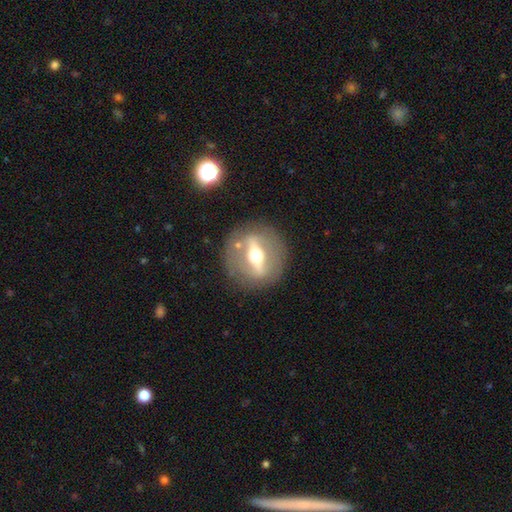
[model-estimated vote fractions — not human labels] smooth-or-featured: featured or disk: 77% | smooth: 16% | star or artifact: 6%
  disk-edge-on: no: 53% | yes: 47%
  merging: none: 84% | minor disturbance: 9% | major disturbance: 5% | merger: 2%